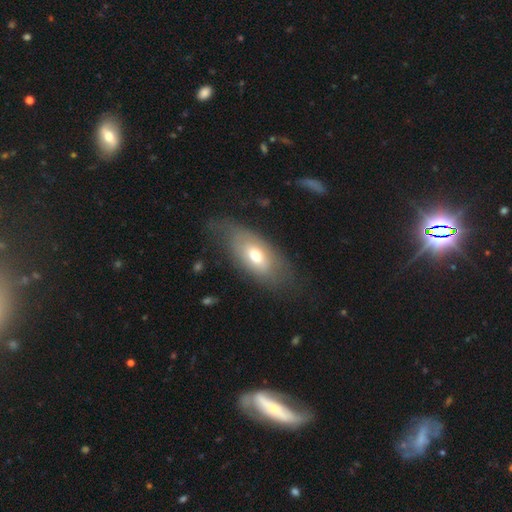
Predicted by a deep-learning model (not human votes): This is possibly a smooth galaxy (59%). How rounded: clearly in between (87%). Merging: likely none (62%).